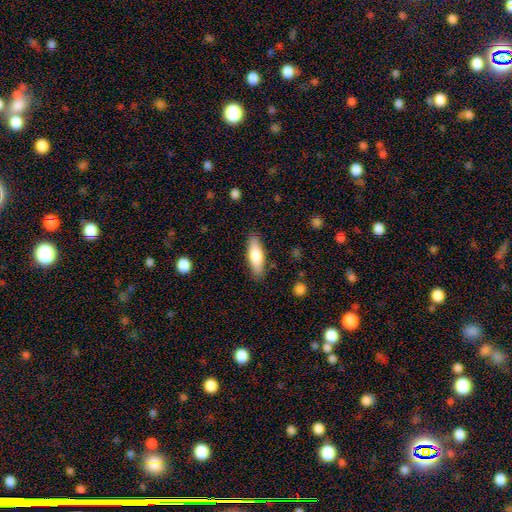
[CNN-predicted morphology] Smooth or featured? Predicted: smooth (p=0.71). How rounded? Predicted: in between (p=0.50). Merging? Predicted: none (p=0.86).